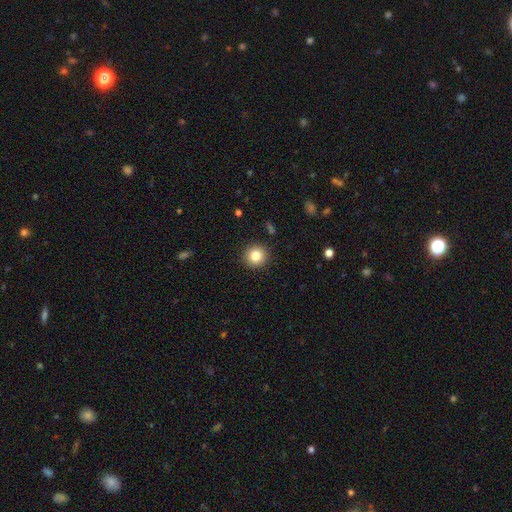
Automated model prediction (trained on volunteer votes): This appears to be a smooth galaxy with no disk features (84%) that is round (93%). Merging: none (91%).